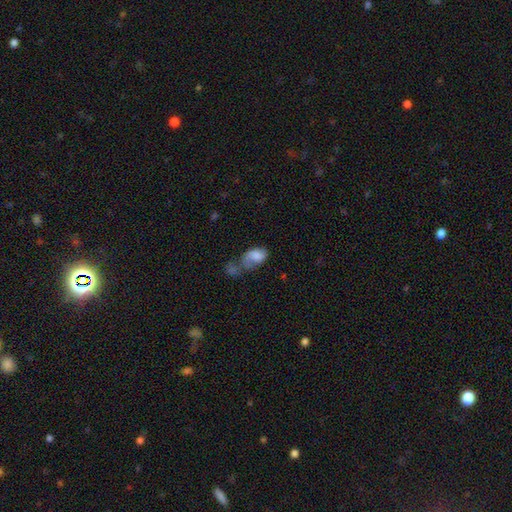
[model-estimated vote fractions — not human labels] This is likely a smooth galaxy (73%). How rounded: clearly in between (88%). Merging: marginally merger (35%).